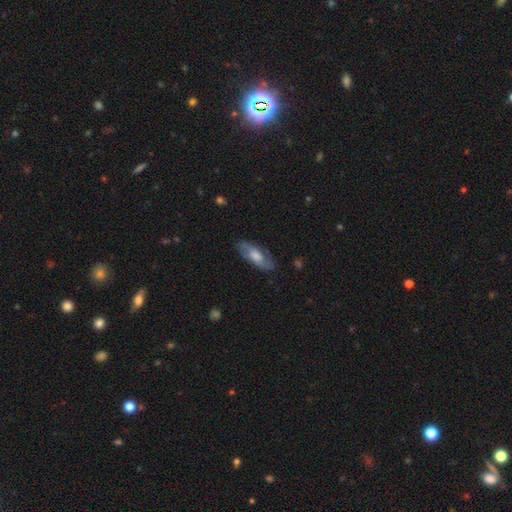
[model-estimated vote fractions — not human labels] This is possibly a smooth galaxy (49%). Merging: likely none (77%).